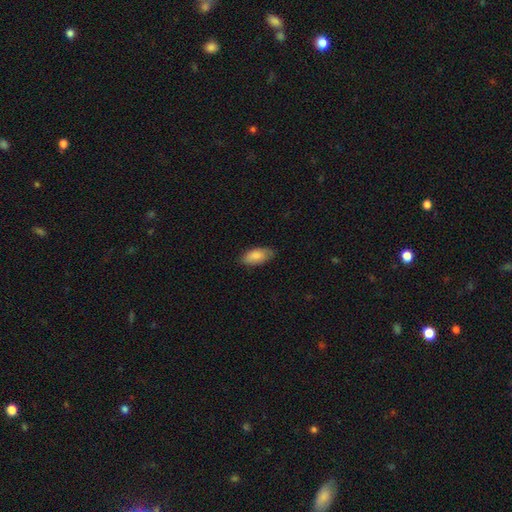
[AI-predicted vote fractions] A smooth galaxy with no disk features (84%) that is in between round and cigar-shaped (91%).

Vote fractions:
- Smooth or featured? smooth: 84% / featured or disk: 10% / star or artifact: 6%
- How rounded? in between: 91% / cigar-shaped: 7% / round: 2%
- Merging? none: 77% / minor disturbance: 19% / major disturbance: 3% / merger: 1%